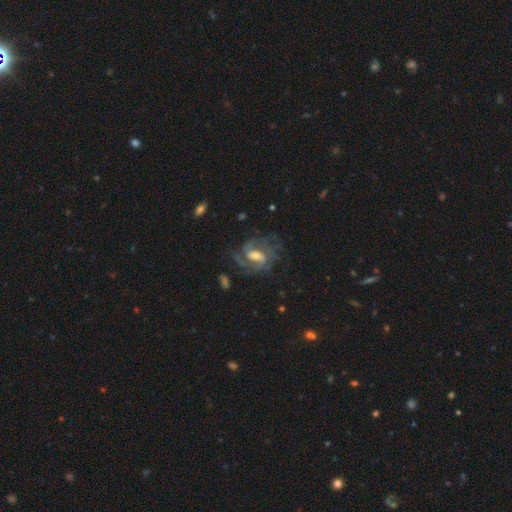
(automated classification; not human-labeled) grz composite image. It shows a featured or disk galaxy (85%) with a weak bar (51%), 2 (48%) medium (49%) spiral arms (95%) and a moderate central bulge (56%). Merging: none (61%).